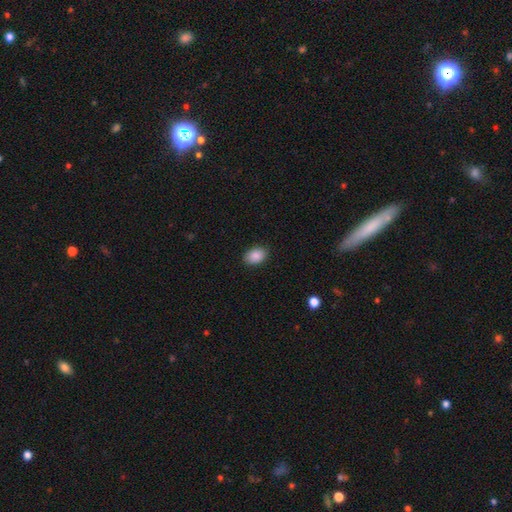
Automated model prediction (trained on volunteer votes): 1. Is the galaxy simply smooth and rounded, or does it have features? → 89% smooth, 7% star or artifact, 4% featured or disk.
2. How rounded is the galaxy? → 82% in between, 17% round, 1% cigar-shaped.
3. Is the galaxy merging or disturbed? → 88% none, 9% minor disturbance, 2% major disturbance, 1% merger.